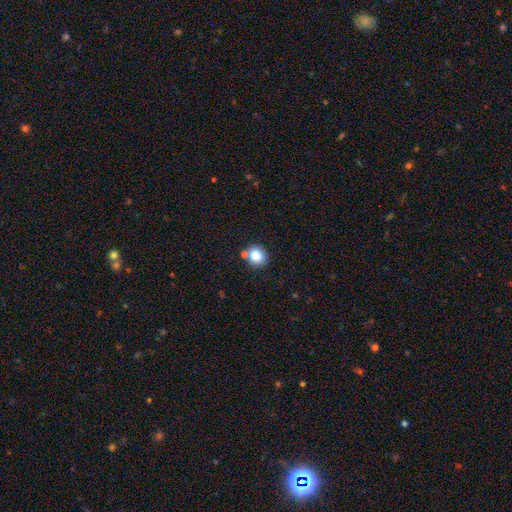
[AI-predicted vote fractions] Q: Smooth or featured?
A: smooth (84%); runner-up: star or artifact (10%)
Q: How rounded?
A: round (83%); runner-up: in between (16%)
Q: Merging?
A: none (74%); runner-up: merger (13%)